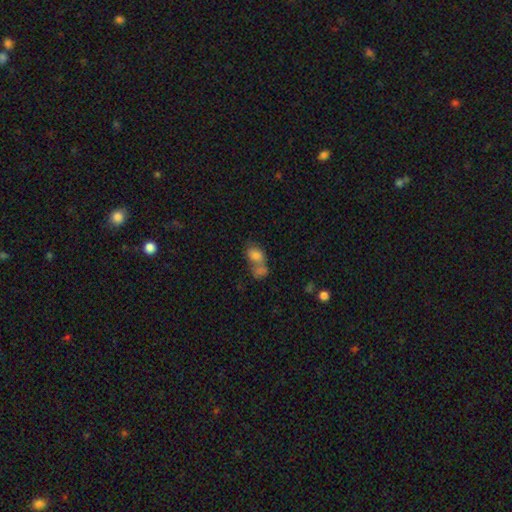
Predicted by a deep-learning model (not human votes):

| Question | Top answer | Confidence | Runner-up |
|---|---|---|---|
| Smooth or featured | smooth | 78% | featured or disk (13%) |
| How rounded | in between | 70% | round (28%) |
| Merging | merger | 60% | none (25%) |